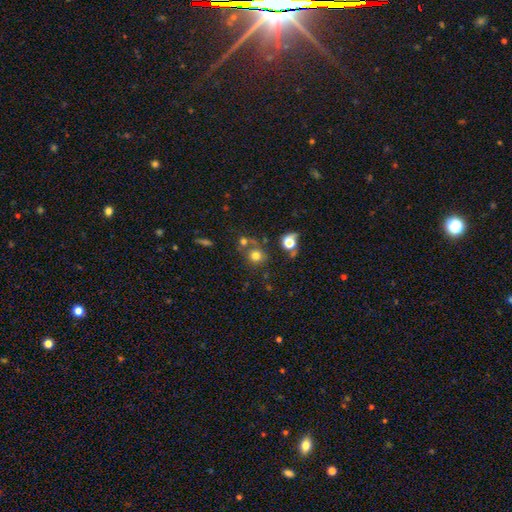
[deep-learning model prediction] smooth 75%, star or artifact 16%, featured or disk 9%. Down the decision tree: how rounded — round (87%); merging — none (62%).